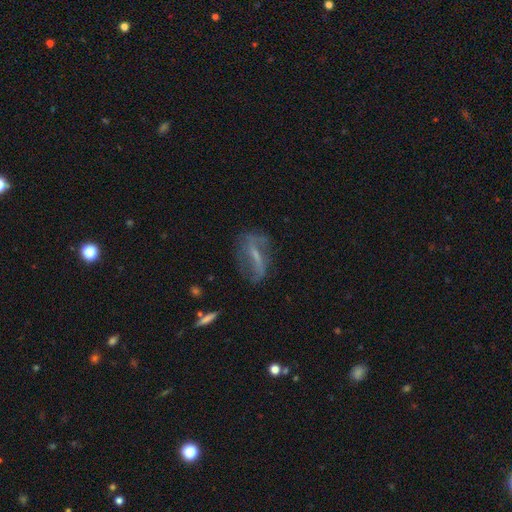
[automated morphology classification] Smooth or featured? Predicted: featured or disk (p=0.66). Edge-on disk? Predicted: no (p=0.86). Bar? Predicted: strong (p=0.44). Spiral arms? Predicted: yes (p=0.70). Bulge size? Predicted: small (p=0.47). Merging? Predicted: none (p=0.58).